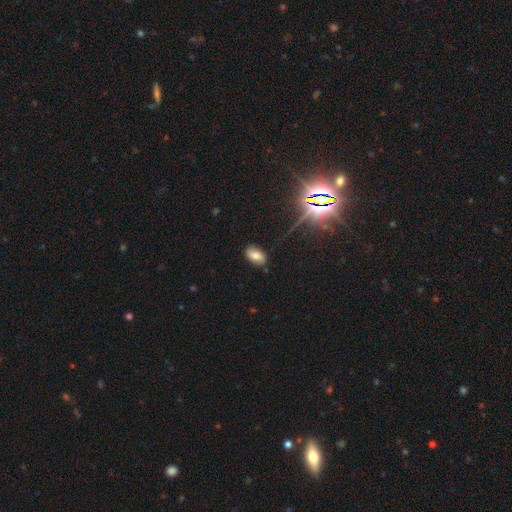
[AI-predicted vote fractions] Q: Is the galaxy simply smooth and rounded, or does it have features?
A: smooth — 68%.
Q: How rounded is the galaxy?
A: in between — 92%.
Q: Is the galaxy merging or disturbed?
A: none — 85%.